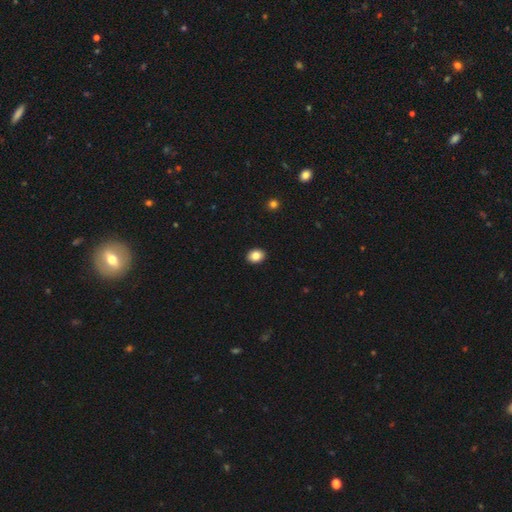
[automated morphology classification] smooth 85%, star or artifact 9%, featured or disk 6%. Down the decision tree: how rounded — in between (59%); merging — none (92%).